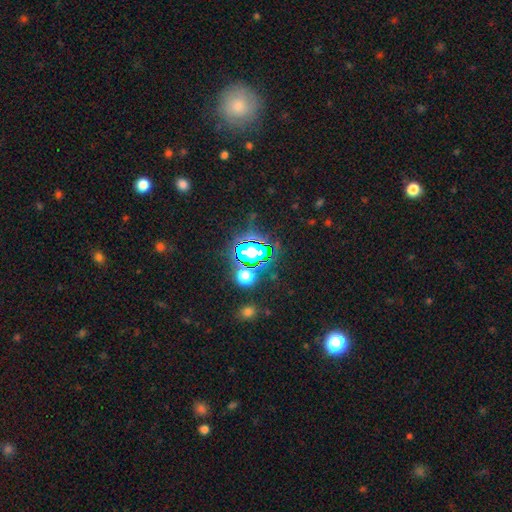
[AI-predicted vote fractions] A star or artifact, not a galaxy (73%).

Vote fractions:
- Smooth or featured? star or artifact: 73% / smooth: 18% / featured or disk: 9%